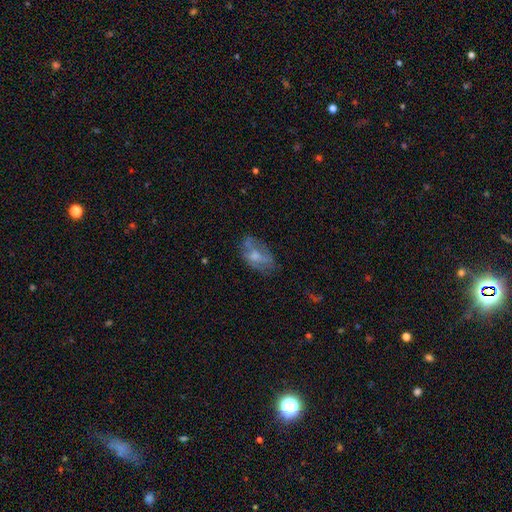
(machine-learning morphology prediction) Overall: smooth (46%; featured or disk 44%). Merging: none (51%; minor disturbance 27%).